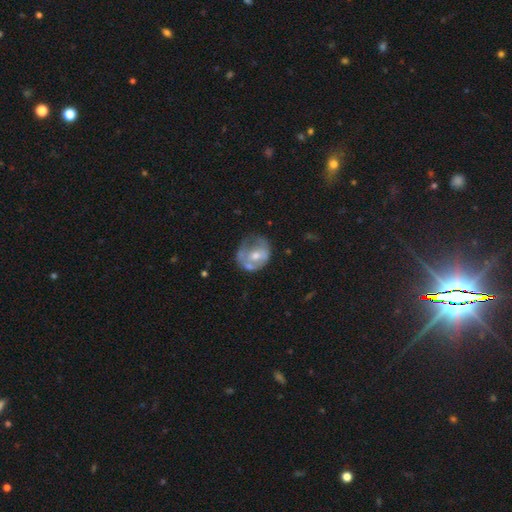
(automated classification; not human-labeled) This is possibly a featured or disk galaxy (51%). It is clearly not viewed edge-on (97%). Merging: marginally none (39%).